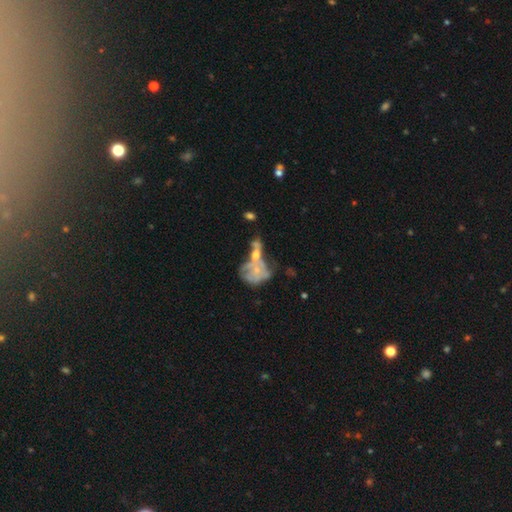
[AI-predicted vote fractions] featured or disk 36%, smooth 34%, star or artifact 31%. Down the decision tree: merging — merger (35%).